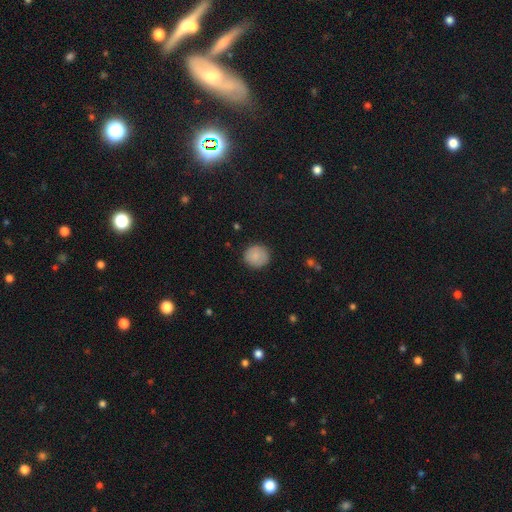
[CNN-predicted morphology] Smooth or featured: smooth — 86% (star or artifact — 8%)
How rounded: round — 90% (in between — 9%)
Merging: none — 88% (minor disturbance — 9%)